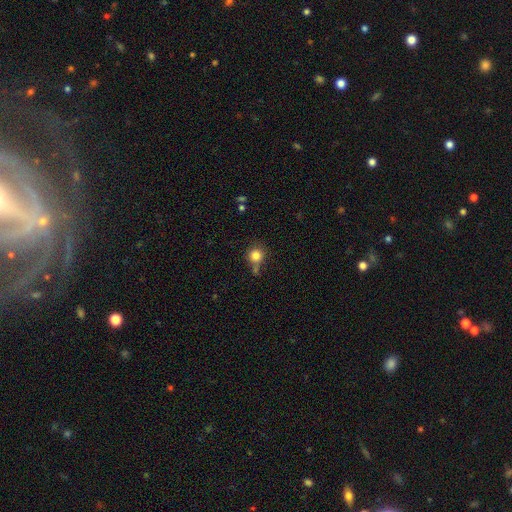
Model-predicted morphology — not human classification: The model was most divided on "merging": none: 62%, minor disturbance: 18%, merger: 15%, major disturbance: 6%. More confident: how rounded — round (90%); smooth or featured — smooth (83%).